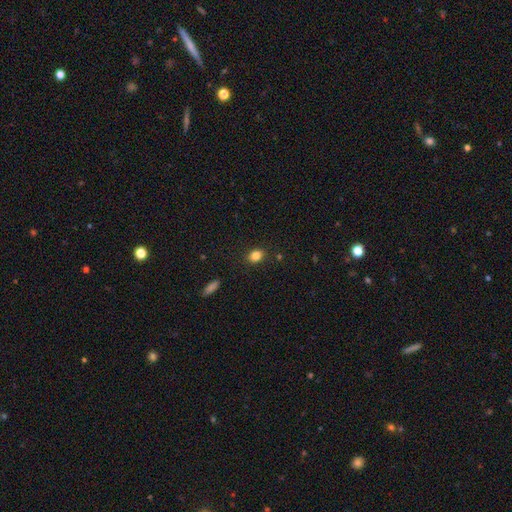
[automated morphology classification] Overall: smooth (84%). How rounded: in between (60%; round 39%). Merging: none (87%).